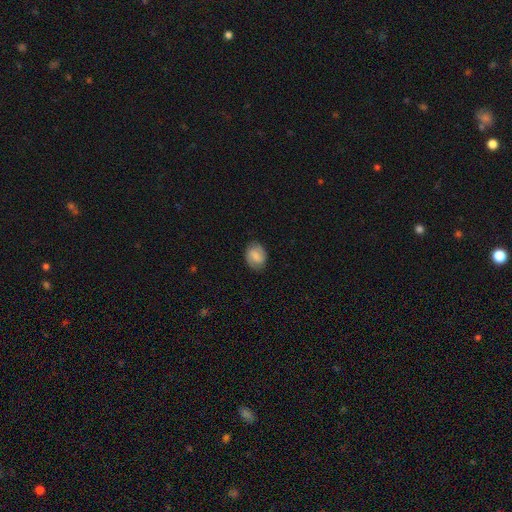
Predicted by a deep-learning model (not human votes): smooth 65%, featured or disk 27%, star or artifact 8%. Down the decision tree: how rounded — in between (64%); merging — none (82%).